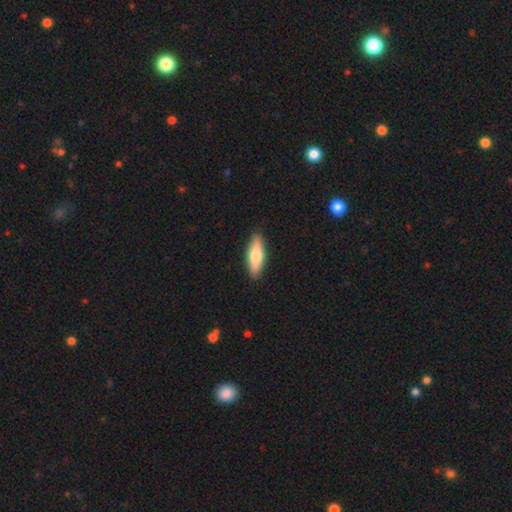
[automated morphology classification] The model was most divided on "how rounded": in between: 54%, cigar-shaped: 44%, round: 2%. More confident: merging — none (90%); smooth or featured — smooth (72%).